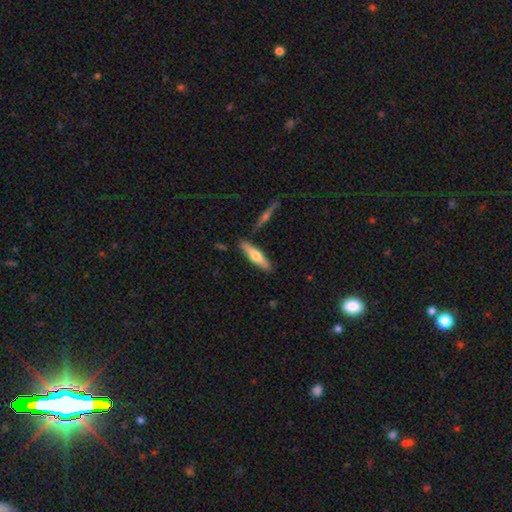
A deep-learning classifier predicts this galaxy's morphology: A smooth galaxy with no disk features (54%) that is cigar-shaped (71%). Merging: none (83%).